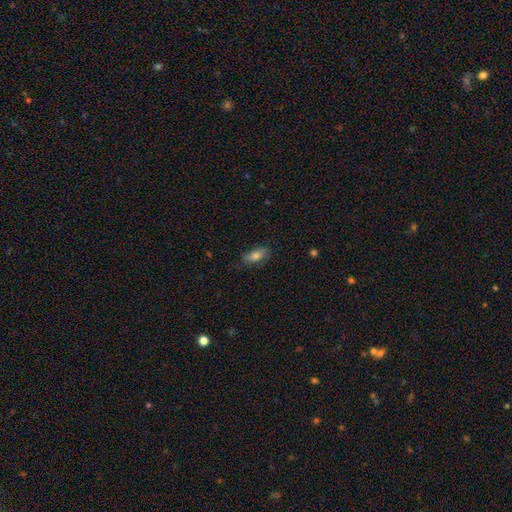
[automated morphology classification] A smooth galaxy with no disk features (73%) that is in between round and cigar-shaped (79%).

Vote fractions:
- Smooth or featured? smooth: 73% / featured or disk: 17% / star or artifact: 10%
- How rounded? in between: 79% / cigar-shaped: 17% / round: 4%
- Merging? none: 74% / minor disturbance: 20% / major disturbance: 5% / merger: 1%